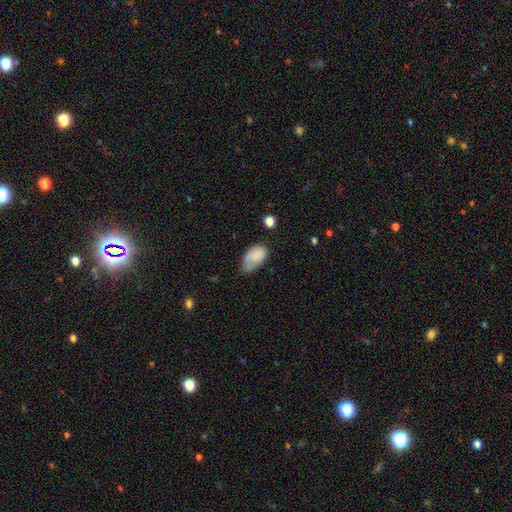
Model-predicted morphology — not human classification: Smooth or featured: smooth — 78% (featured or disk — 14%)
How rounded: in between — 92% (round — 6%)
Merging: minor disturbance — 40% (none — 38%)